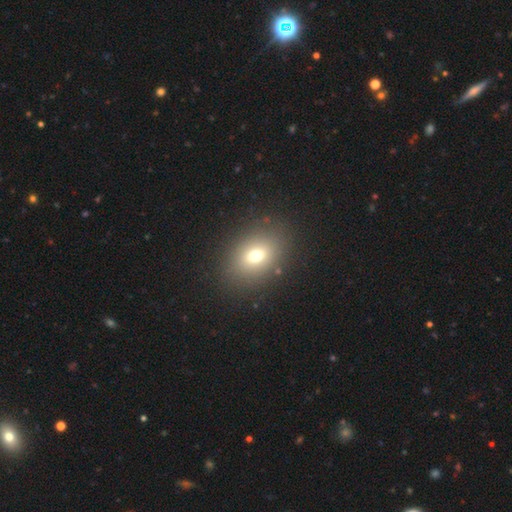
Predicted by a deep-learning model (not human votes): This appears to be a smooth galaxy with no disk features (70%) that is in between round and cigar-shaped (62%). Merging: none (85%).